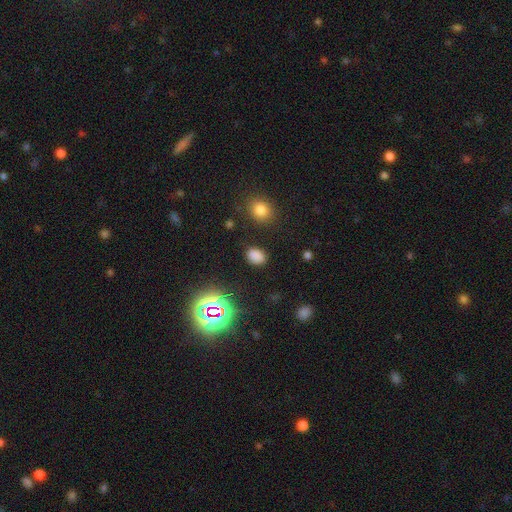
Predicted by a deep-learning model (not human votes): Smooth or featured? Predicted: smooth (p=0.74). How rounded? Predicted: in between (p=0.76). Merging? Predicted: none (p=0.84).